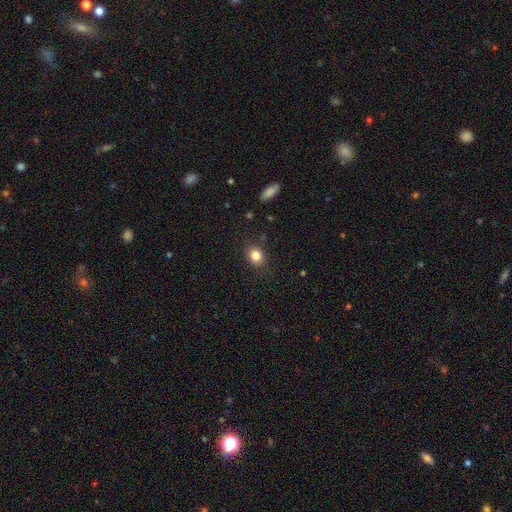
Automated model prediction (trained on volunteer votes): A smooth galaxy with no disk features (83%) that is round (58%). Merging: none (84%).